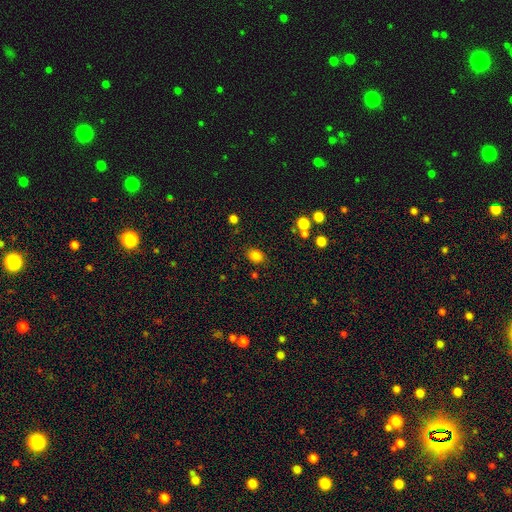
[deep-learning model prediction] Smooth or featured: smooth — 82% (star or artifact — 12%)
How rounded: in between — 68% (round — 31%)
Merging: none — 81% (minor disturbance — 12%)